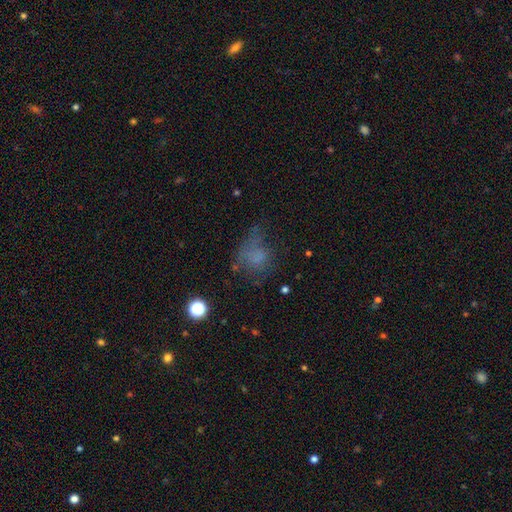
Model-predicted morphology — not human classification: A smooth galaxy with no disk features (54%) that is round (50%).

Vote fractions:
- Smooth or featured? smooth: 54% / featured or disk: 25% / star or artifact: 22%
- How rounded? round: 50% / in between: 48% / cigar-shaped: 2%
- Merging? none: 37% / major disturbance: 34% / minor disturbance: 24% / merger: 5%